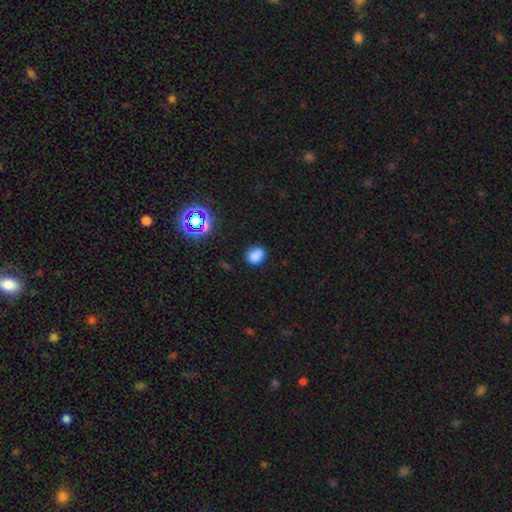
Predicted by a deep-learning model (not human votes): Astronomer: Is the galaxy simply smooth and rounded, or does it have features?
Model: smooth — 81%.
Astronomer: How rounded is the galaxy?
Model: in between — 53% (runner-up: round, 46%).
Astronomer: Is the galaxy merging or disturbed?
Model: none — 82%.